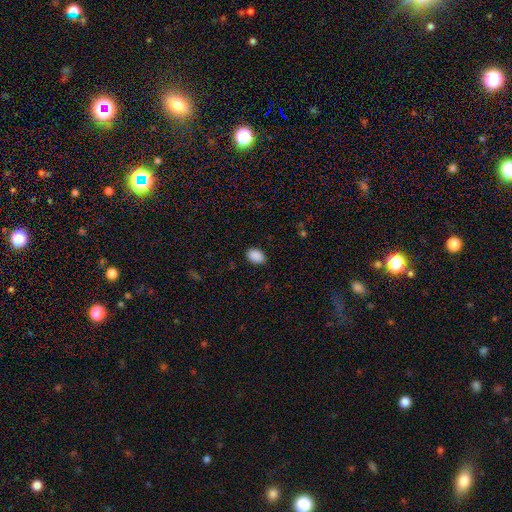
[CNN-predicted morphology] smooth 89%, star or artifact 8%, featured or disk 3%. Down the decision tree: how rounded — in between (85%); merging — none (84%).